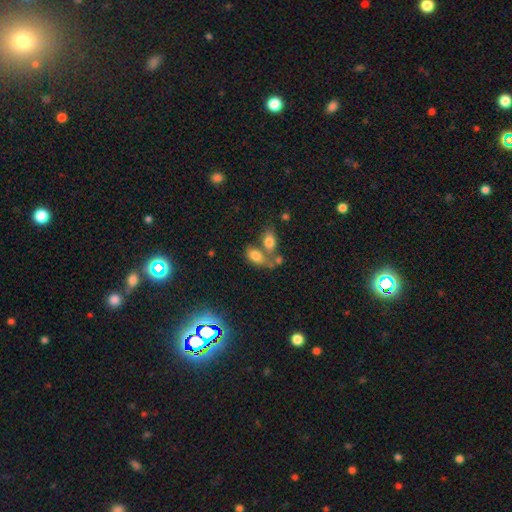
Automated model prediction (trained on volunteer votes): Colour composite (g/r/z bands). It shows a smooth galaxy with no disk features (76%) that is in between round and cigar-shaped (88%). Merging: merger (45%).